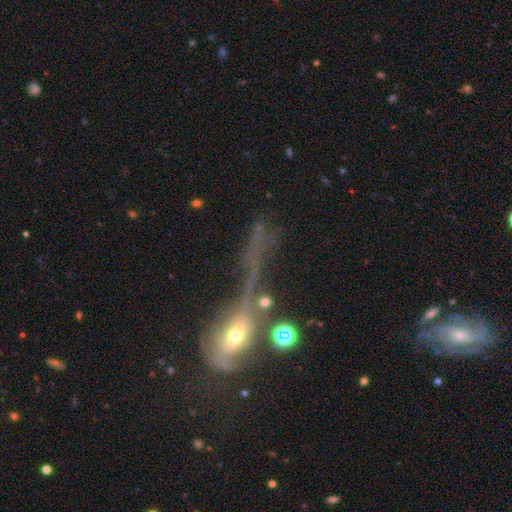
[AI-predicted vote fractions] This is possibly a featured or disk galaxy (46%). Merging: marginally major disturbance (38%).